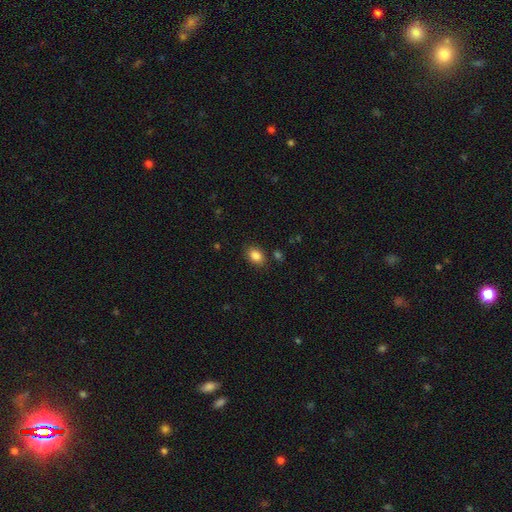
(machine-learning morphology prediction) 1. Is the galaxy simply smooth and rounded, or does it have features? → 86% smooth, 9% star or artifact, 5% featured or disk.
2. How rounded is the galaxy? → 74% in between, 25% round, 1% cigar-shaped.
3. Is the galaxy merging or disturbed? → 83% none, 11% minor disturbance, 3% merger, 3% major disturbance.